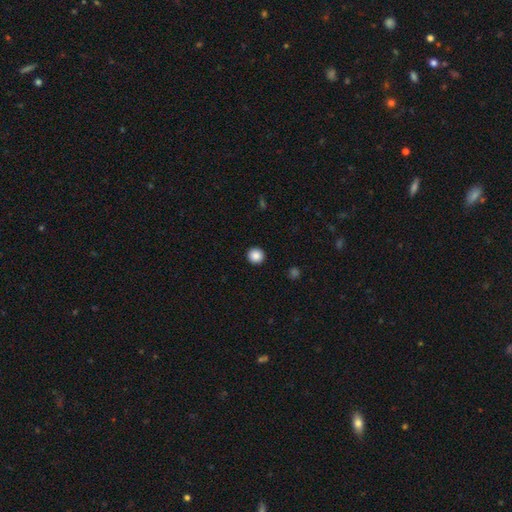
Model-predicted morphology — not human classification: smooth-or-featured: smooth: 88% | star or artifact: 10% | featured or disk: 3%
  how-rounded: round: 96% | in between: 3% | cigar-shaped: 1%
  merging: none: 94% | minor disturbance: 4% | major disturbance: 1% | merger: 1%